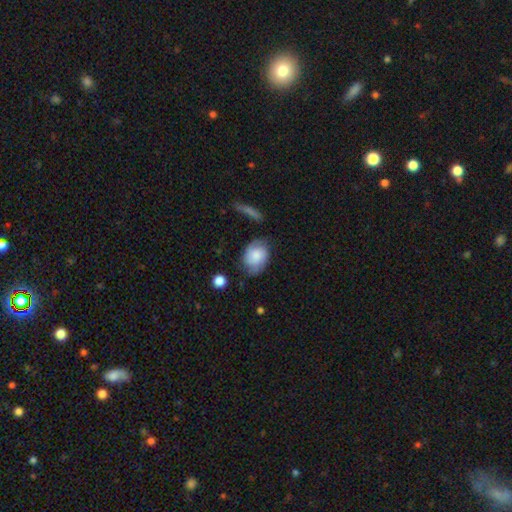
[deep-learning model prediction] A smooth galaxy with no disk features (61%) that is in between round and cigar-shaped (65%).

Vote fractions:
- Smooth or featured? smooth: 61% / featured or disk: 31% / star or artifact: 8%
- How rounded? in between: 65% / round: 33% / cigar-shaped: 1%
- Merging? none: 60% / minor disturbance: 27% / major disturbance: 9% / merger: 4%